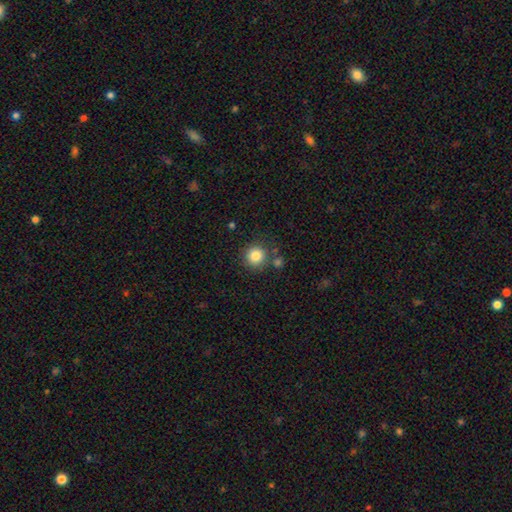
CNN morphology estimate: Smooth or featured? Predicted: smooth (p=0.84). How rounded? Predicted: round (p=0.94). Merging? Predicted: none (p=0.80).